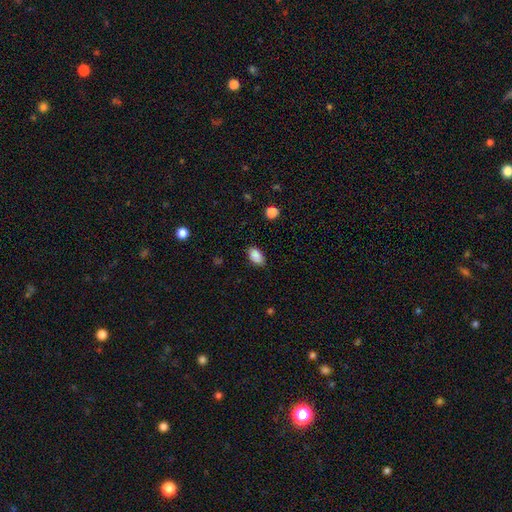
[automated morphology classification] smooth 89%, star or artifact 8%, featured or disk 4%. Down the decision tree: how rounded — in between (93%); merging — none (83%).